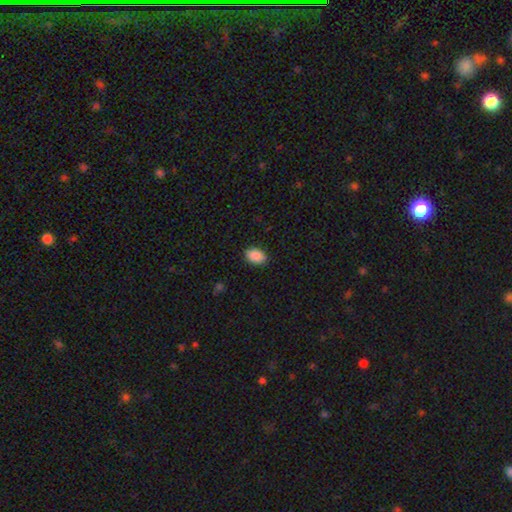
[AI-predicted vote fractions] Q: Smooth or featured?
A: smooth (90%); runner-up: star or artifact (7%)
Q: How rounded?
A: in between (85%); runner-up: round (14%)
Q: Merging?
A: none (88%); runner-up: minor disturbance (9%)